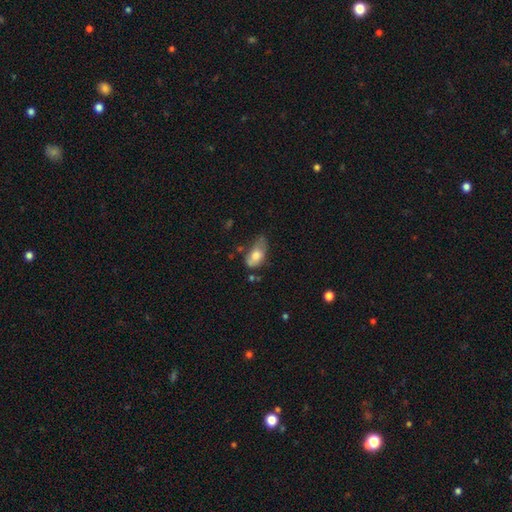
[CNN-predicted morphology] smooth-or-featured: smooth: 71% | featured or disk: 22% | star or artifact: 8%
  how-rounded: in between: 90% | round: 7% | cigar-shaped: 4%
  merging: minor disturbance: 41% | none: 28% | major disturbance: 24% | merger: 7%